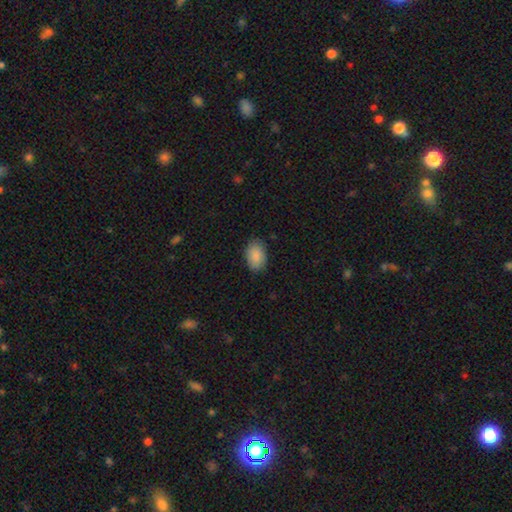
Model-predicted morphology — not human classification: This is clearly a smooth galaxy (89%). How rounded: clearly in between (88%). Merging: clearly none (83%).